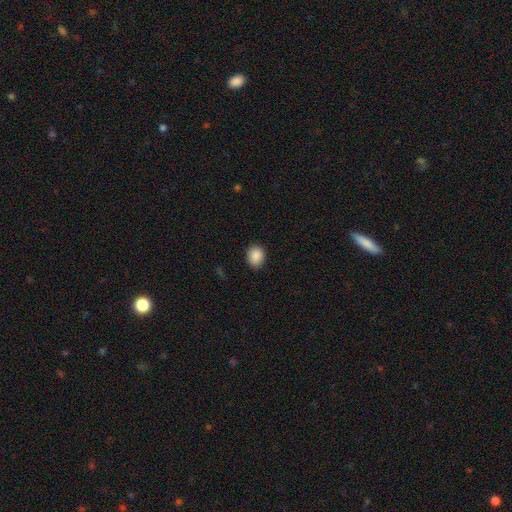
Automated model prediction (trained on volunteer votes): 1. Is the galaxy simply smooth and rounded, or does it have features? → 89% smooth, 8% star or artifact, 3% featured or disk.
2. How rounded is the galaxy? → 54% round, 45% in between, 1% cigar-shaped.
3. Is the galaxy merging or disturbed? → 86% none, 10% minor disturbance, 2% major disturbance, 1% merger.